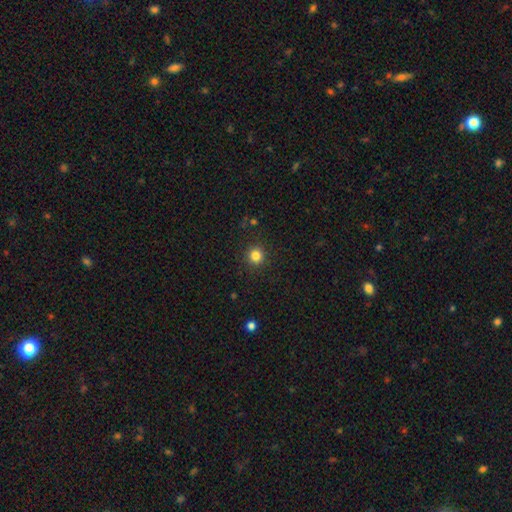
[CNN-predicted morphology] type=smooth (83%); roundness=round (93%); merging=none (91%).